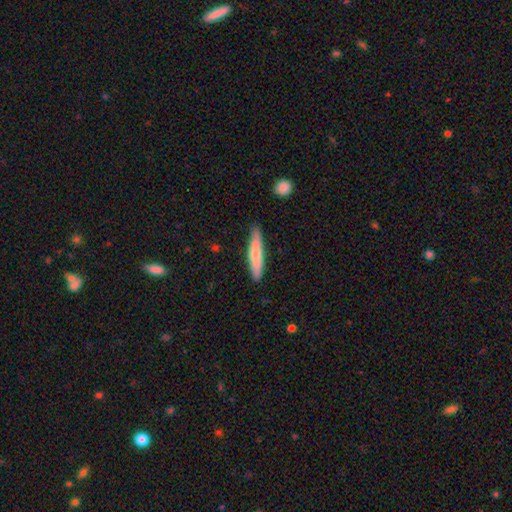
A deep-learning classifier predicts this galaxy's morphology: The model was most divided on "smooth or featured": smooth: 74%, featured or disk: 21%, star or artifact: 5%. More confident: how rounded — cigar-shaped (87%); merging — none (83%).